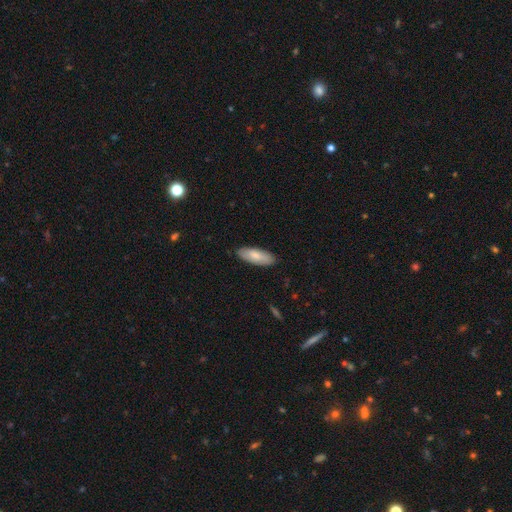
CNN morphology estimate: Q: Smooth or featured?
A: smooth (81%); runner-up: featured or disk (14%)
Q: How rounded?
A: in between (70%); runner-up: cigar-shaped (28%)
Q: Merging?
A: none (87%); runner-up: minor disturbance (10%)